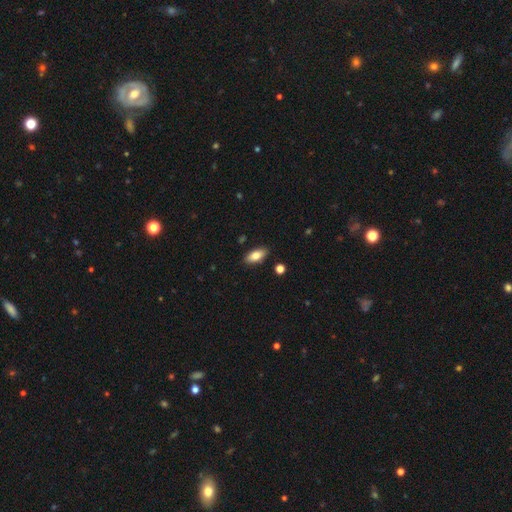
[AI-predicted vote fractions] smooth 79%, featured or disk 14%, star or artifact 7%. Down the decision tree: how rounded — in between (88%); merging — none (87%).